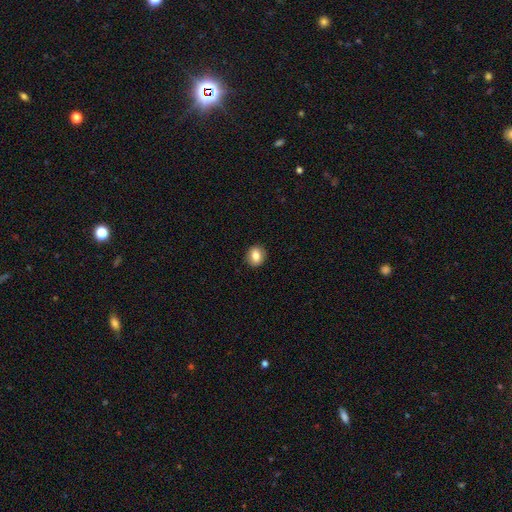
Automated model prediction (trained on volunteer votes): smooth-or-featured: smooth: 80% | featured or disk: 11% | star or artifact: 9%
  how-rounded: round: 68% | in between: 31% | cigar-shaped: 1%
  merging: none: 90% | minor disturbance: 7% | major disturbance: 2% | merger: 1%